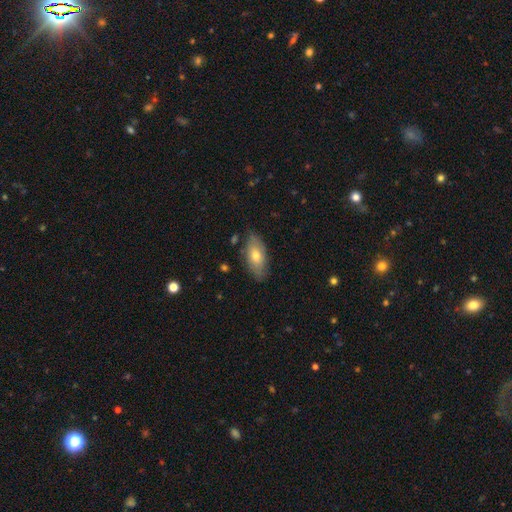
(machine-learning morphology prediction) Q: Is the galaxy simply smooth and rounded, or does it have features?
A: smooth — 65%.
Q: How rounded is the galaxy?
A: in between — 88%.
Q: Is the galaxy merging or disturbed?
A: none — 78%.